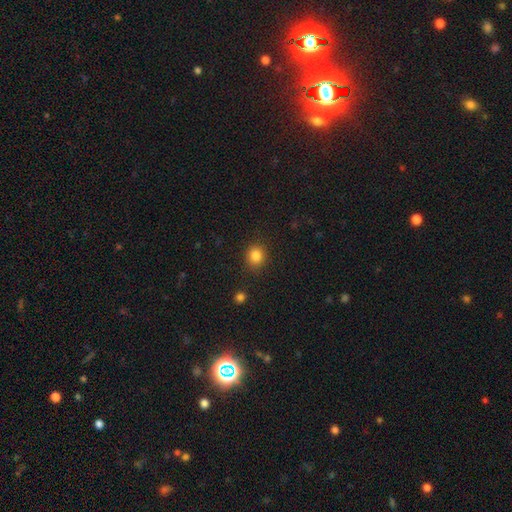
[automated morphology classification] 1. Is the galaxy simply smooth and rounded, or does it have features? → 84% smooth, 11% star or artifact, 5% featured or disk.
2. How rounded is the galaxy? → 79% round, 20% in between, 1% cigar-shaped.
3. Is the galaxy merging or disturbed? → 86% none, 9% minor disturbance, 3% major disturbance, 2% merger.